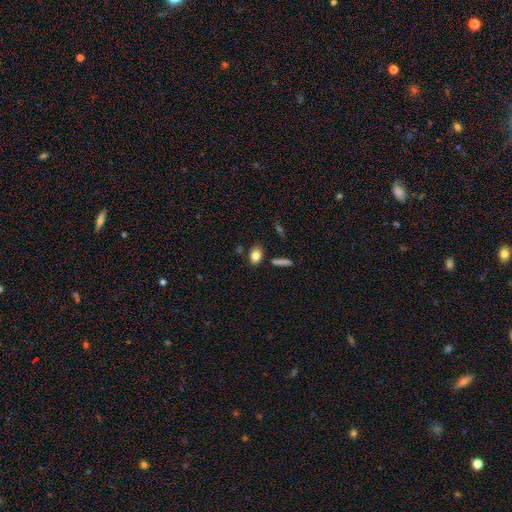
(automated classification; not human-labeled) Q: Smooth or featured?
A: smooth (83%); runner-up: star or artifact (9%)
Q: How rounded?
A: in between (74%); runner-up: round (23%)
Q: Merging?
A: none (77%); runner-up: minor disturbance (13%)